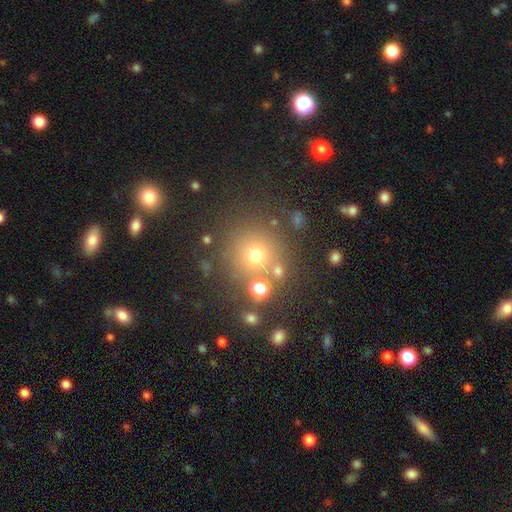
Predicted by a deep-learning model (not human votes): Smooth or featured: smooth — 67% (star or artifact — 22%)
How rounded: round — 93% (in between — 6%)
Merging: none — 78% (minor disturbance — 9%)